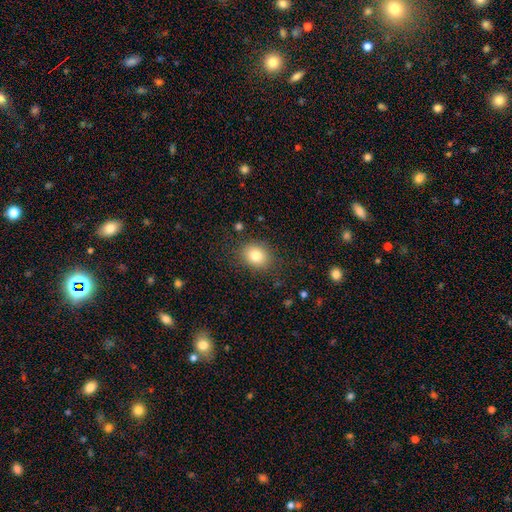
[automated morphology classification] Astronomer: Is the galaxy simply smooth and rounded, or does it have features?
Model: smooth — 81%.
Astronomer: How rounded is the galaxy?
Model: round — 58% (runner-up: in between, 41%).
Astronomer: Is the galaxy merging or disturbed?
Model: none — 84%.